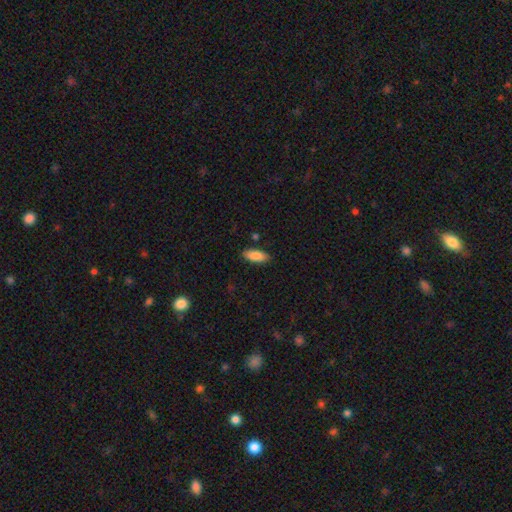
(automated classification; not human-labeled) smooth-or-featured: smooth: 87% | featured or disk: 6% | star or artifact: 6%
  how-rounded: in between: 82% | cigar-shaped: 16% | round: 2%
  merging: none: 86% | minor disturbance: 10% | major disturbance: 2% | merger: 2%